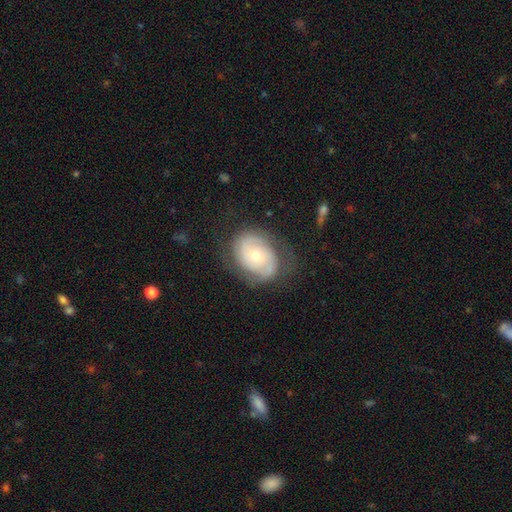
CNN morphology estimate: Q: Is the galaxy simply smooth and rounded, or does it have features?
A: featured or disk — 71%.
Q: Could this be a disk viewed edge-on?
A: no — 97%.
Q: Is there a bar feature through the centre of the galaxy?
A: no — 70%.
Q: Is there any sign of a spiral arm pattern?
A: yes — 87%.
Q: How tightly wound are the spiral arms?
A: tight — 51%.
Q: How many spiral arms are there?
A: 2 — 64%.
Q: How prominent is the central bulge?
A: moderate — 57%.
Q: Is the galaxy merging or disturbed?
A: none — 69%.